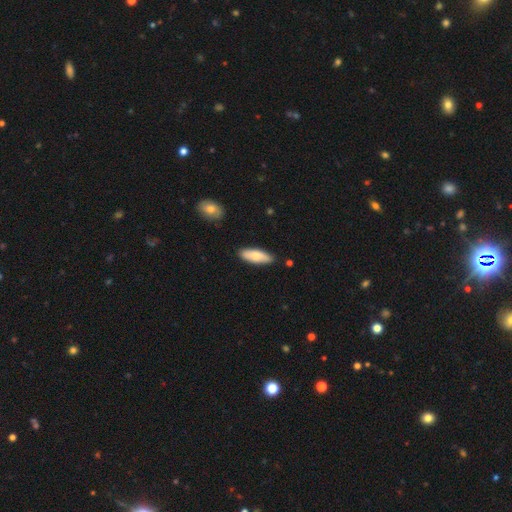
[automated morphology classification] Q: Smooth or featured?
A: smooth (76%); runner-up: featured or disk (18%)
Q: How rounded?
A: in between (63%); runner-up: cigar-shaped (35%)
Q: Merging?
A: none (85%); runner-up: minor disturbance (11%)